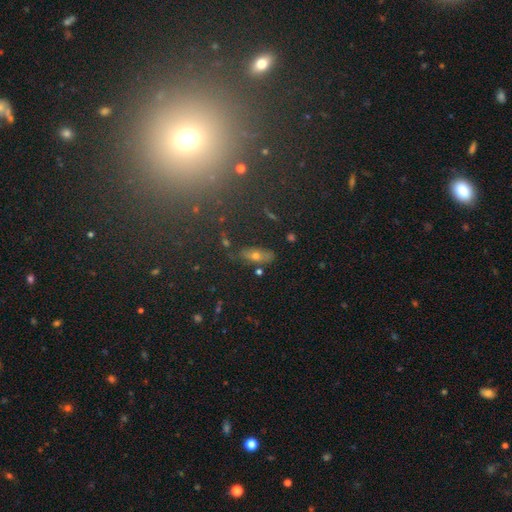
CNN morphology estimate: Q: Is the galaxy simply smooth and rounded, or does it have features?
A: smooth — 53%.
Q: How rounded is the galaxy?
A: in between — 69%.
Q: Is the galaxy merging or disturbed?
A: none — 77%.